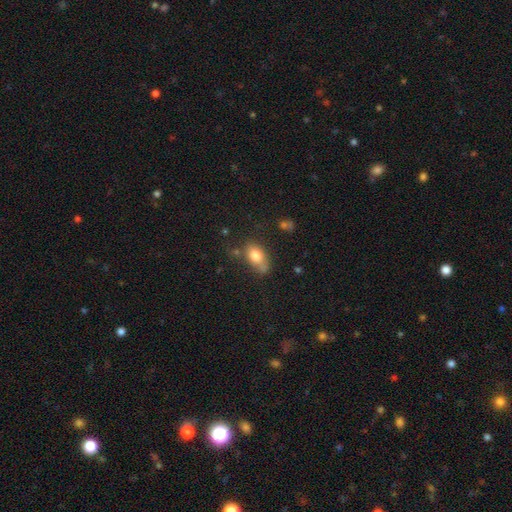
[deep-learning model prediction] Smooth or featured? smooth (78%)
How rounded? in between (82%)
Merging? none (49%)